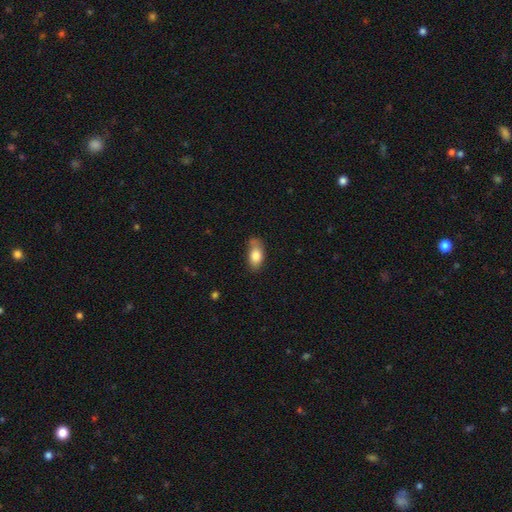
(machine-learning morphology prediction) The model was most divided on "merging": none: 56%, minor disturbance: 30%, major disturbance: 9%, merger: 6%. More confident: how rounded — in between (88%); smooth or featured — smooth (80%).